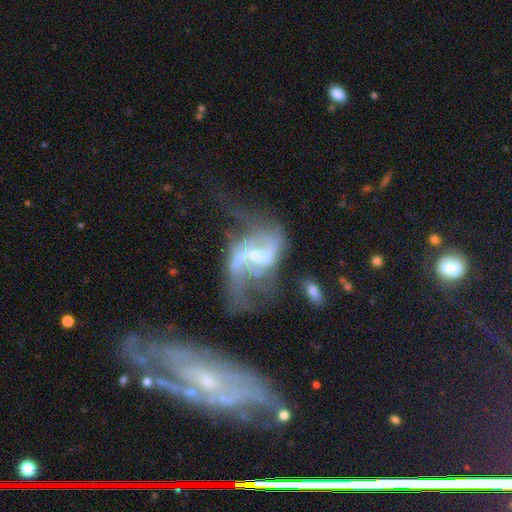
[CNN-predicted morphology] This is clearly a featured or disk galaxy (87%). It is clearly not viewed edge-on (97%). Bar: possibly weak (48%). Spiral arm pattern: clearly yes (93%). Spiral arm count: likely 2 (79%). Spiral winding: likely loose (69%). Central bulge: possibly small (52%). Merging: marginally major disturbance (37%).